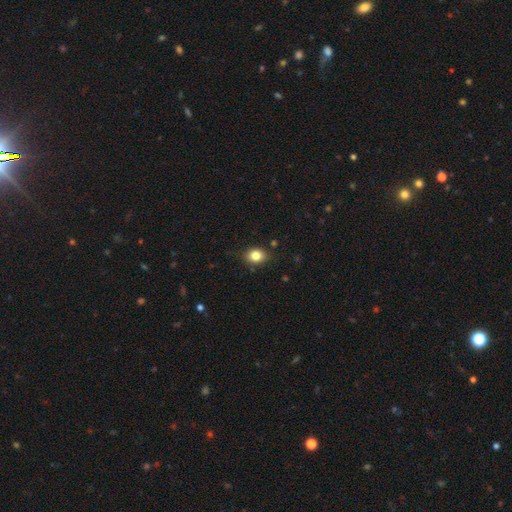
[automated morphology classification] smooth-or-featured: smooth: 82% | star or artifact: 10% | featured or disk: 8%
  how-rounded: in between: 57% | round: 42% | cigar-shaped: 1%
  merging: none: 85% | minor disturbance: 12% | major disturbance: 2% | merger: 1%